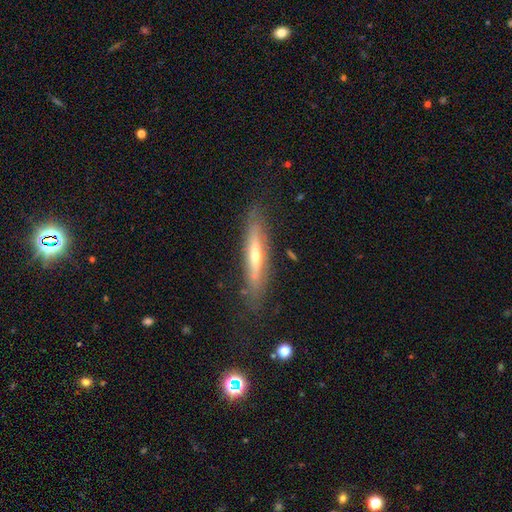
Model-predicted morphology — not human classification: This appears to be a featured or disk galaxy (63%) viewed edge-on (86%) with a rounded central bulge (76%). Merging: none (80%).